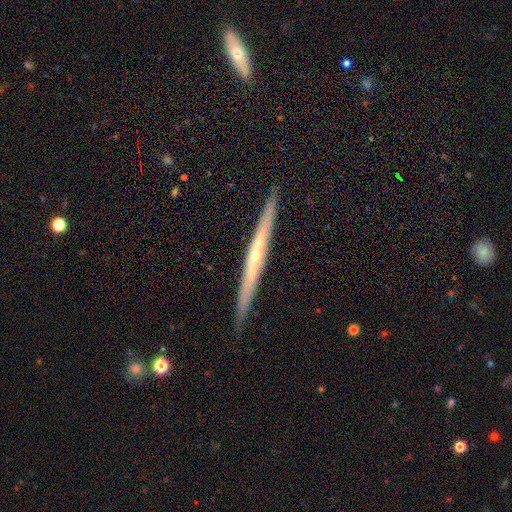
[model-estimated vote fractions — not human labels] smooth-or-featured: featured or disk: 73% | smooth: 21% | star or artifact: 6%
  disk-edge-on: yes: 97% | no: 3%
    edge-on-bulge: rounded: 54% | none: 43% | boxy: 4%
  merging: none: 90% | minor disturbance: 7% | merger: 1% | major disturbance: 1%